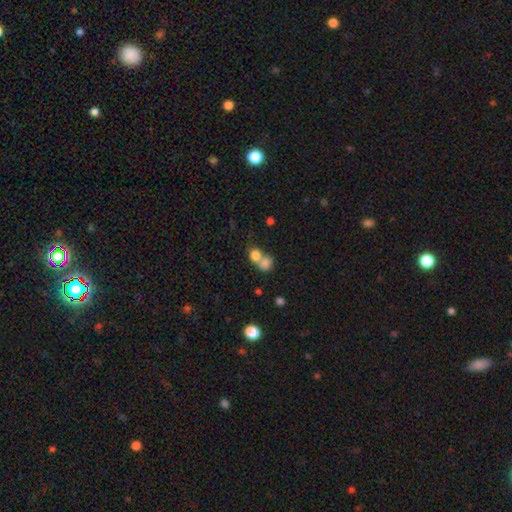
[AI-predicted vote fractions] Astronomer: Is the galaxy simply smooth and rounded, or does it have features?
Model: smooth — 79%.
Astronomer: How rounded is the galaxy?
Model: round — 72%.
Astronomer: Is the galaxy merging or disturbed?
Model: merger — 63%.